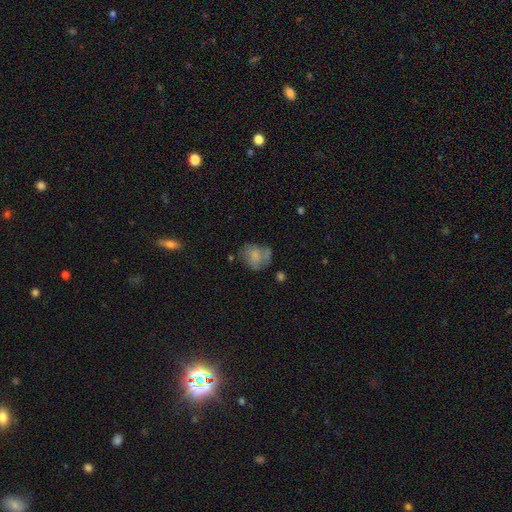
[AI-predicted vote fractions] smooth-or-featured: smooth: 59% | featured or disk: 31% | star or artifact: 10%
  how-rounded: round: 57% | in between: 41% | cigar-shaped: 1%
  merging: none: 43% | minor disturbance: 27% | major disturbance: 21% | merger: 9%